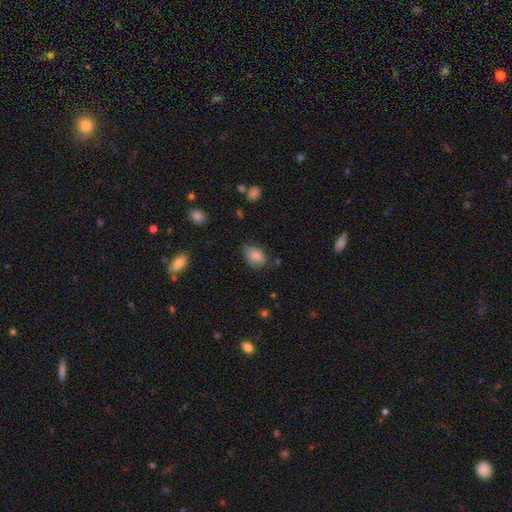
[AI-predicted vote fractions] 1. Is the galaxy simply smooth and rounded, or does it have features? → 80% smooth, 11% featured or disk, 8% star or artifact.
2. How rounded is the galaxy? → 81% in between, 18% round, 1% cigar-shaped.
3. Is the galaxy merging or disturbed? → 57% none, 34% minor disturbance, 7% major disturbance, 2% merger.